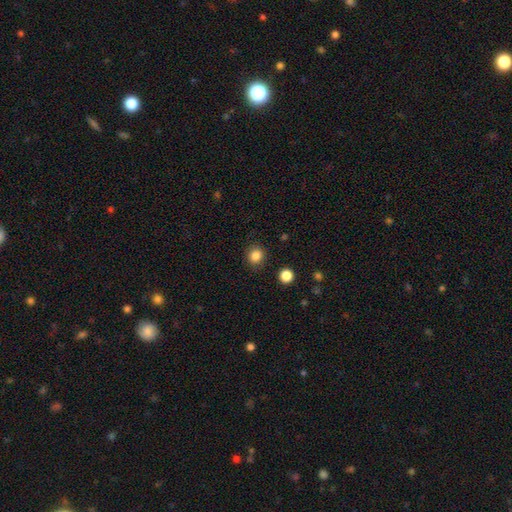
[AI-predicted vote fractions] Morphology: type=smooth (85%); roundness=round (83%); merging=none (88%).